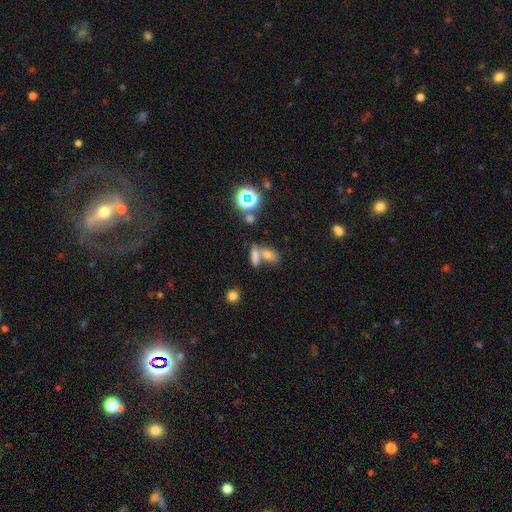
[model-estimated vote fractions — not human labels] smooth-or-featured: smooth: 67% | star or artifact: 19% | featured or disk: 14%
  how-rounded: in between: 63% | cigar-shaped: 25% | round: 12%
  merging: merger: 47% | none: 39% | minor disturbance: 9% | major disturbance: 5%